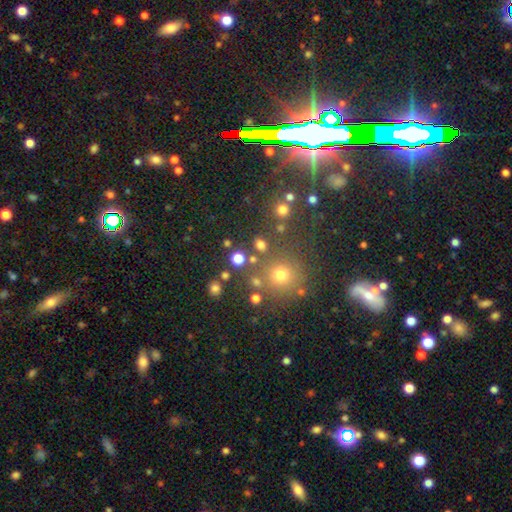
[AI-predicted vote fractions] Smooth or featured? star or artifact (51%)